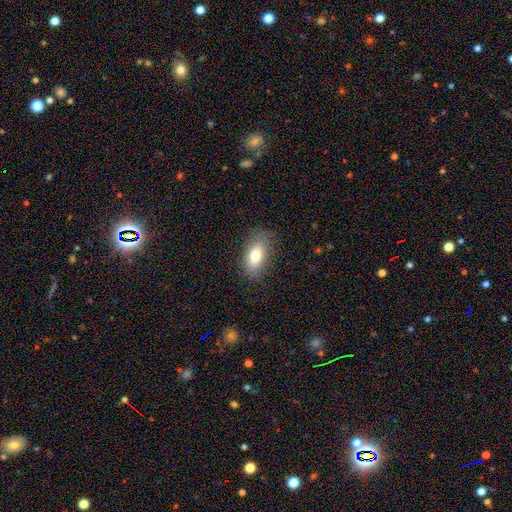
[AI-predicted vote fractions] The model was most divided on "smooth or featured": smooth: 77%, featured or disk: 15%, star or artifact: 9%. More confident: how rounded — in between (87%); merging — none (82%).